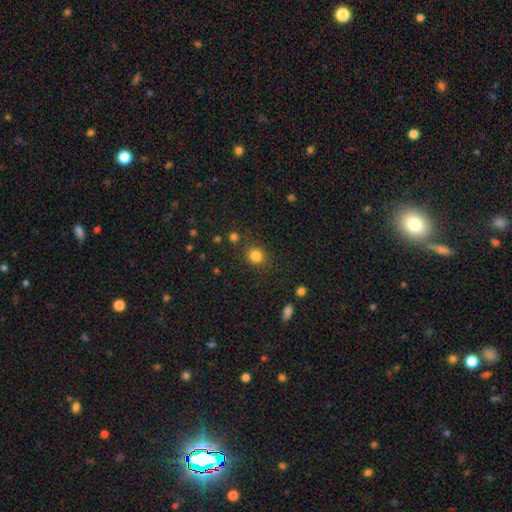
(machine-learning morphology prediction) Q: Smooth or featured?
A: smooth (83%); runner-up: star or artifact (12%)
Q: How rounded?
A: round (78%); runner-up: in between (21%)
Q: Merging?
A: none (82%); runner-up: minor disturbance (10%)